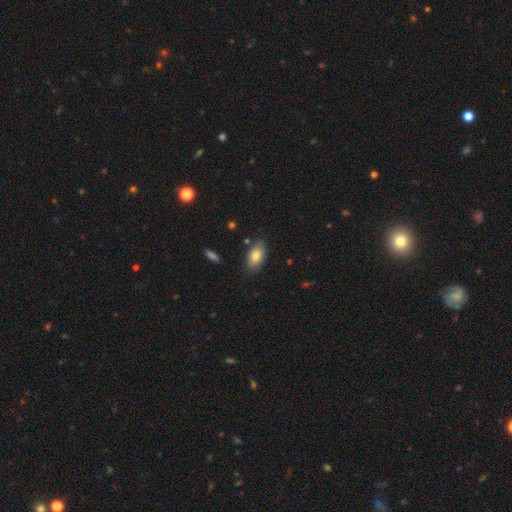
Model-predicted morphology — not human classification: Q: Smooth or featured?
A: smooth (83%); runner-up: featured or disk (10%)
Q: How rounded?
A: in between (92%); runner-up: cigar-shaped (4%)
Q: Merging?
A: none (84%); runner-up: minor disturbance (12%)